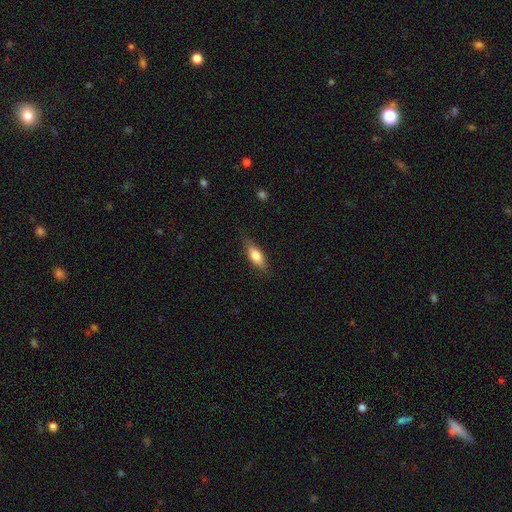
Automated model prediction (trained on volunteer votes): Overall: smooth (72%). How rounded: in between (66%; cigar-shaped 31%). Merging: none (78%).